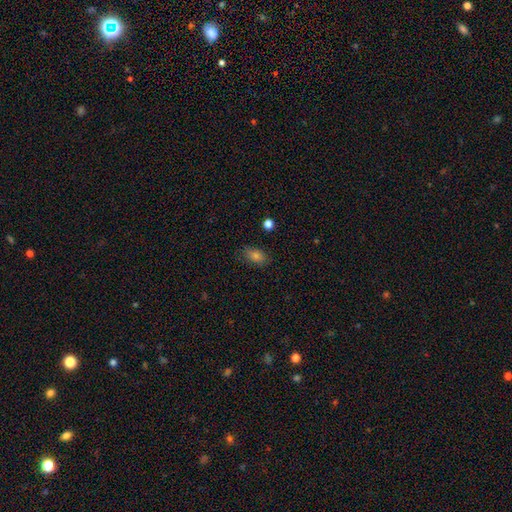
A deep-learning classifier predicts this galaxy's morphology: Smooth or featured? Predicted: smooth (p=0.78). How rounded? Predicted: in between (p=0.82). Merging? Predicted: none (p=0.82).